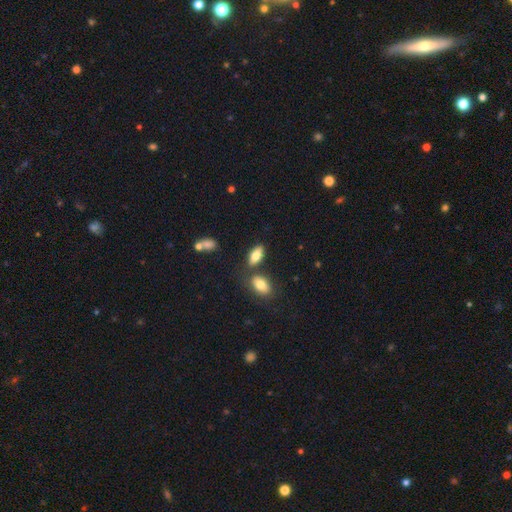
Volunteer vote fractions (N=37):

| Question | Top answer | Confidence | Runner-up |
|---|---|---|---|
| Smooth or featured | smooth | 78% | featured or disk (19%) |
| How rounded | in between | 97% | cigar-shaped (3%) |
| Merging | none | 67% | merger (17%) |